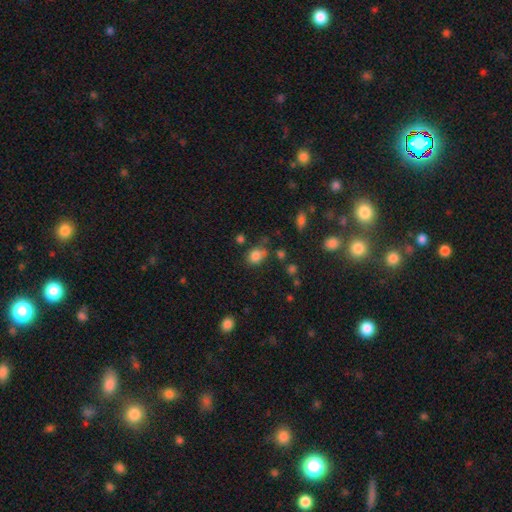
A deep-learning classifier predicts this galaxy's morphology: Smooth or featured? Predicted: smooth (p=0.81). How rounded? Predicted: in between (p=0.50). Merging? Predicted: none (p=0.63).